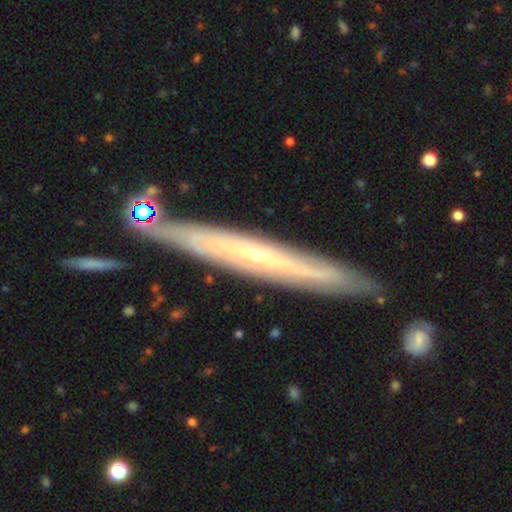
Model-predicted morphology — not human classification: featured or disk 76%, smooth 17%, star or artifact 7%. Down the decision tree: edge-on disk — yes (82%); edge-on bulge — rounded (50%); merging — none (83%).